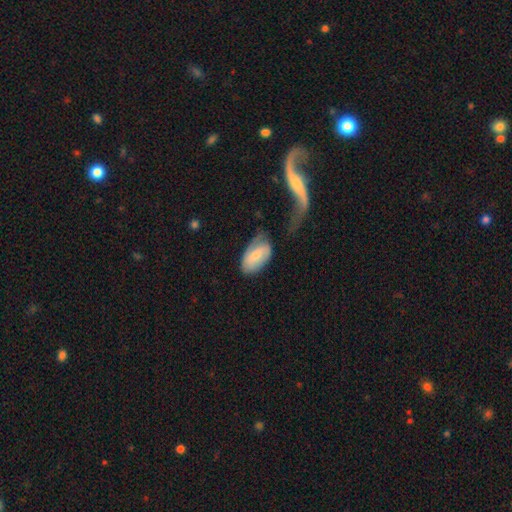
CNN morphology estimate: A smooth galaxy with no disk features (61%) that is in between round and cigar-shaped (93%). Merging: none (44%).